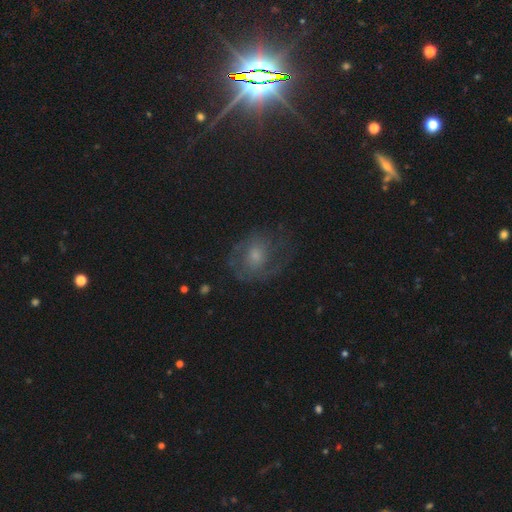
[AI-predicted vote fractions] Smooth or featured? Predicted: featured or disk (p=0.59). Edge-on disk? Predicted: no (p=0.97). Bar? Predicted: no (p=0.68). Spiral arms? Predicted: yes (p=0.78). Bulge size? Predicted: moderate (p=0.47). Merging? Predicted: none (p=0.63).